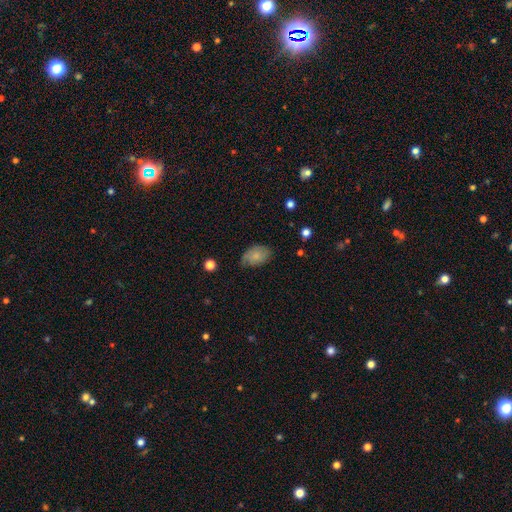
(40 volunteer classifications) Overall: smooth (65%; featured or disk 30%). How rounded: in between (100%). Merging: none (76%).